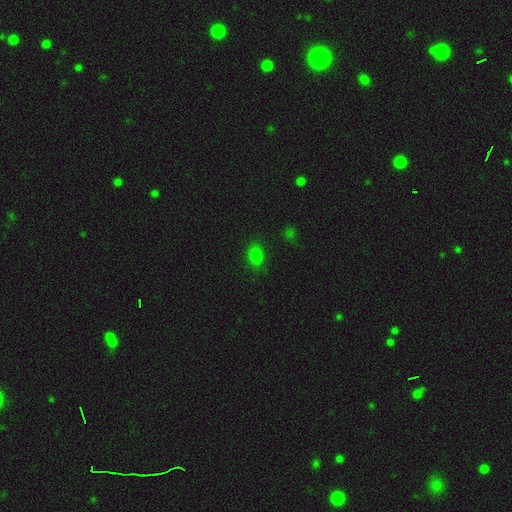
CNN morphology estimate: This is likely a smooth galaxy (79%). How rounded: likely in between (69%). Merging: clearly none (83%).